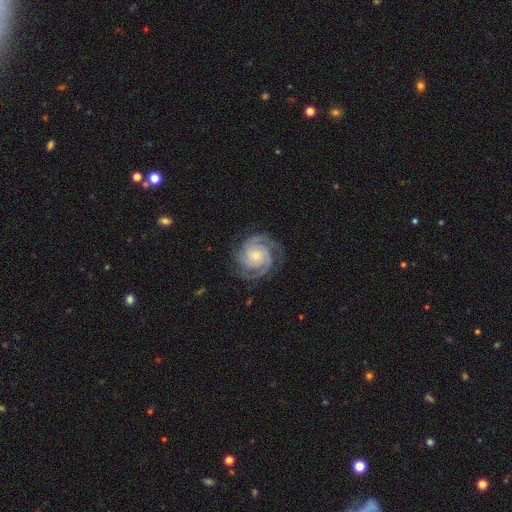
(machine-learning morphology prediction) This appears to be a featured or disk galaxy (92%) with no bar (72%), 3 (46%) tight (72%) spiral arms (99%) and a small central bulge (57%). Merging: none (81%).